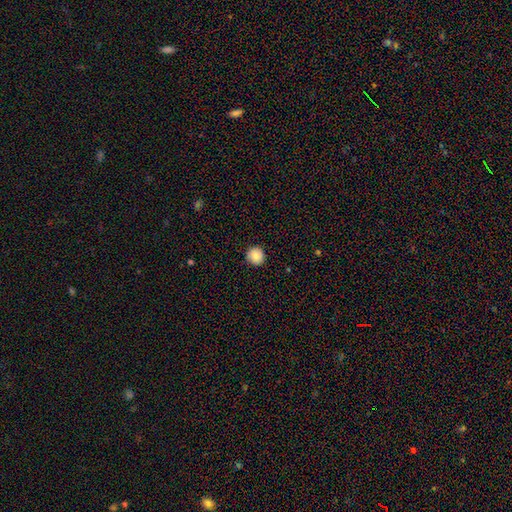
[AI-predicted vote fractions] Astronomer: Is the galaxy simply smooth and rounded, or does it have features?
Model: smooth — 86%.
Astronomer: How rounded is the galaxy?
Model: round — 94%.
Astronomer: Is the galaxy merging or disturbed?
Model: none — 90%.